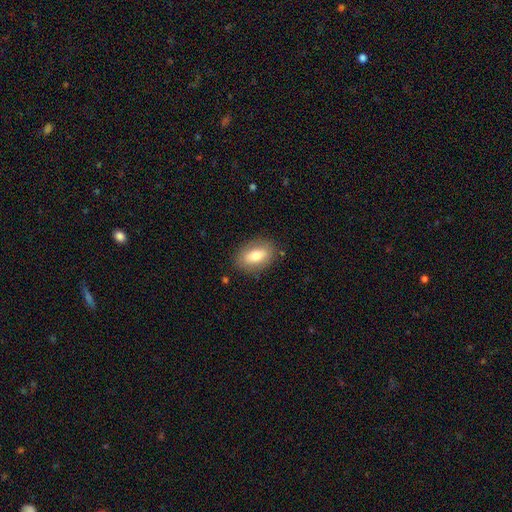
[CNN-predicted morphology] The model was most divided on "smooth or featured": smooth: 73%, featured or disk: 20%, star or artifact: 7%. More confident: how rounded — in between (89%); merging — none (83%).